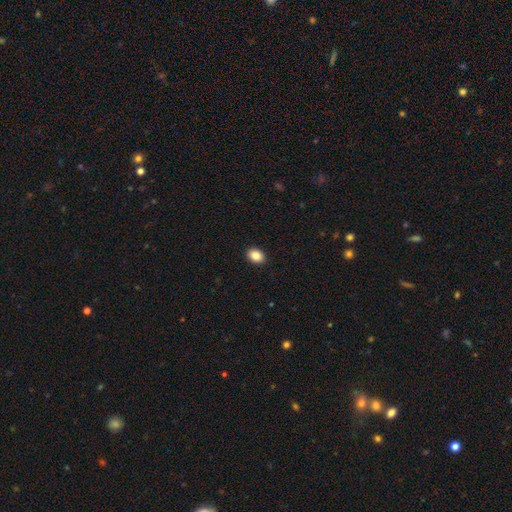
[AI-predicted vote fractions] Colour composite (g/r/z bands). It shows a smooth galaxy with no disk features (88%) that is in between round and cigar-shaped (74%). Merging: none (91%).